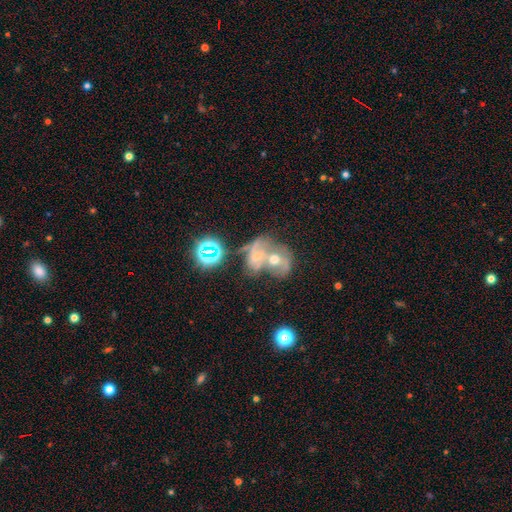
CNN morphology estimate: The model was most divided on "smooth or featured": featured or disk: 44%, smooth: 31%, star or artifact: 24%. More confident: merging — merger (65%).